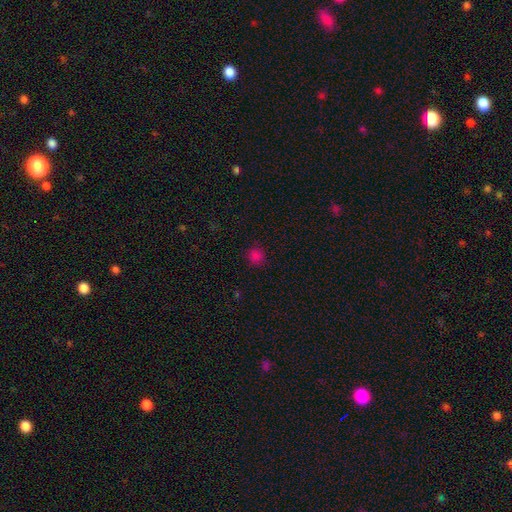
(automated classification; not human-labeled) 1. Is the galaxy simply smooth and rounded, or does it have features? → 79% smooth, 18% star or artifact, 3% featured or disk.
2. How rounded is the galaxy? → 90% round, 9% in between, 1% cigar-shaped.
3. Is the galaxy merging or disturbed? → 88% none, 8% minor disturbance, 2% major disturbance, 1% merger.